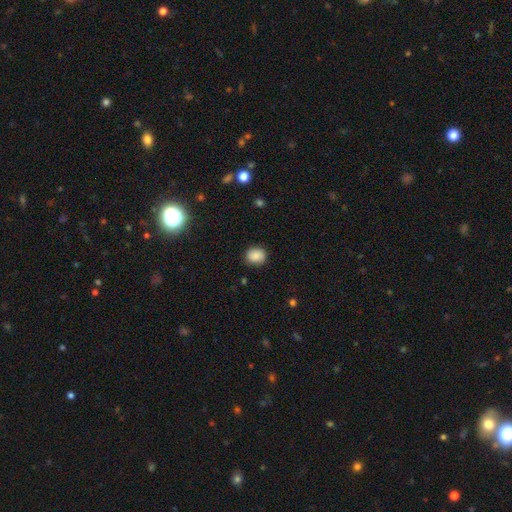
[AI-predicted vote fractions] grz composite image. It shows a smooth galaxy with no disk features (86%) that is round (68%). Merging: none (86%).